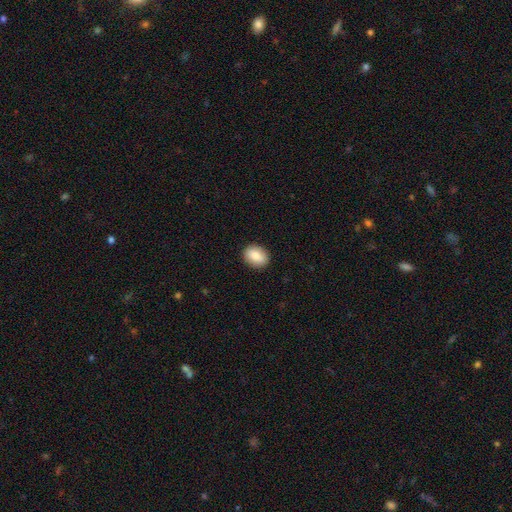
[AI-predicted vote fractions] A smooth galaxy with no disk features (85%) that is in between round and cigar-shaped (62%). Merging: none (90%).